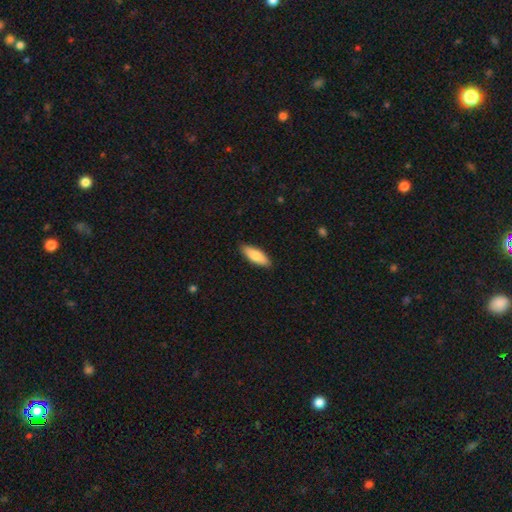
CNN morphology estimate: Overall: smooth (81%). How rounded: in between (63%; cigar-shaped 35%). Merging: none (89%).